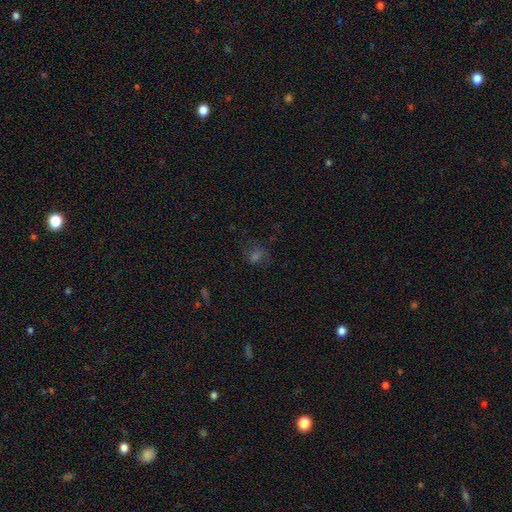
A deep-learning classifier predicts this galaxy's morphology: The model was most divided on "smooth or featured": smooth: 41%, star or artifact: 39%, featured or disk: 20%. More confident: merging — none (63%).